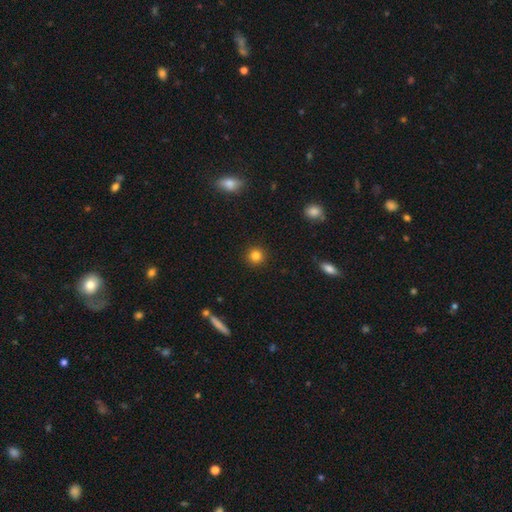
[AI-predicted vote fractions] The model was most divided on "smooth or featured": smooth: 84%, star or artifact: 11%, featured or disk: 5%. More confident: how rounded — round (94%); merging — none (92%).